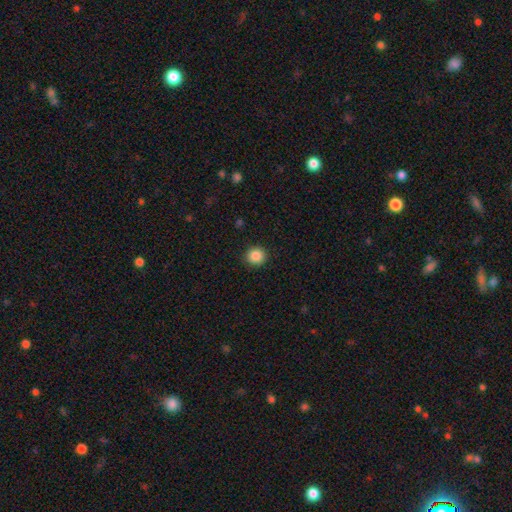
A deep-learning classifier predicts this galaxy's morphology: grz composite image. It shows a smooth galaxy with no disk features (87%) that is round (92%). Merging: none (91%).